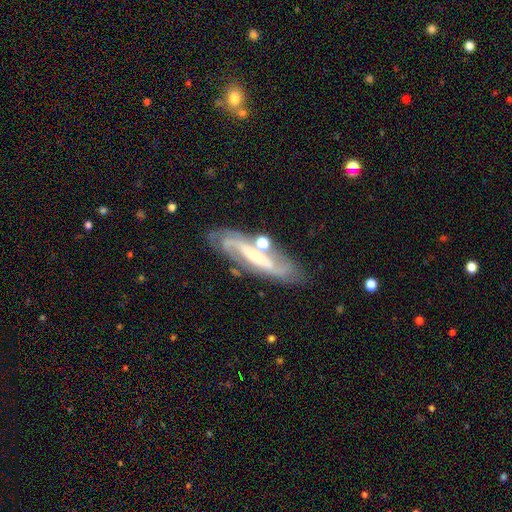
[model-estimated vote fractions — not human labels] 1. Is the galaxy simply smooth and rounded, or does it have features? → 82% featured or disk, 11% smooth, 7% star or artifact.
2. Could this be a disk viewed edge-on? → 81% no, 19% yes.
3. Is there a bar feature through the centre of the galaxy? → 39% strong, 33% no, 28% weak.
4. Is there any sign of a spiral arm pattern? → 93% yes, 7% no.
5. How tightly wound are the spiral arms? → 42% medium, 37% tight, 21% loose.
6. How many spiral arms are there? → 72% 2, 14% can't tell, 7% 3, 3% 1, 2% 4, 2% more than 4.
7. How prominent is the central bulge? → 59% small, 35% moderate, 3% large, 2% none, 1% dominant.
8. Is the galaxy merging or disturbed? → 69% none, 16% minor disturbance, 10% merger, 6% major disturbance.